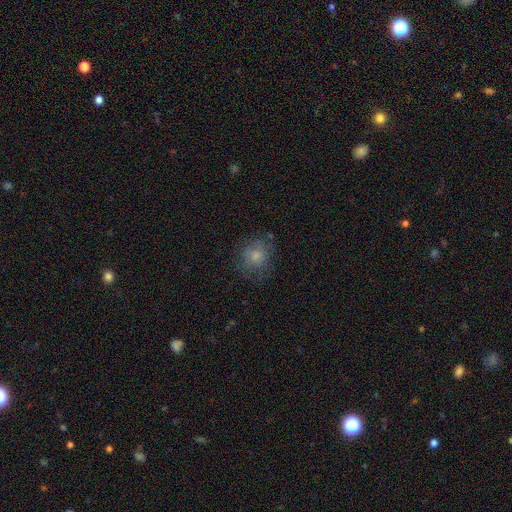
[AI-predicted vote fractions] The model was most divided on "merging": none: 69%, minor disturbance: 20%, major disturbance: 9%, merger: 2%. More confident: how rounded — round (81%); smooth or featured — smooth (76%).